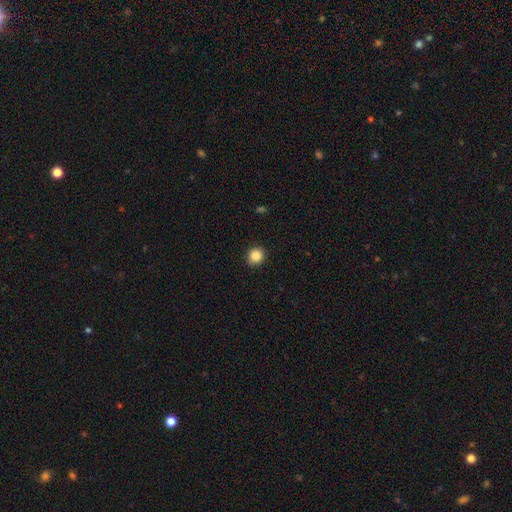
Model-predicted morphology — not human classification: A smooth galaxy with no disk features (86%) that is round (90%).

Vote fractions:
- Smooth or featured? smooth: 86% / star or artifact: 10% / featured or disk: 4%
- How rounded? round: 90% / in between: 9% / cigar-shaped: 1%
- Merging? none: 89% / minor disturbance: 8% / major disturbance: 2% / merger: 1%